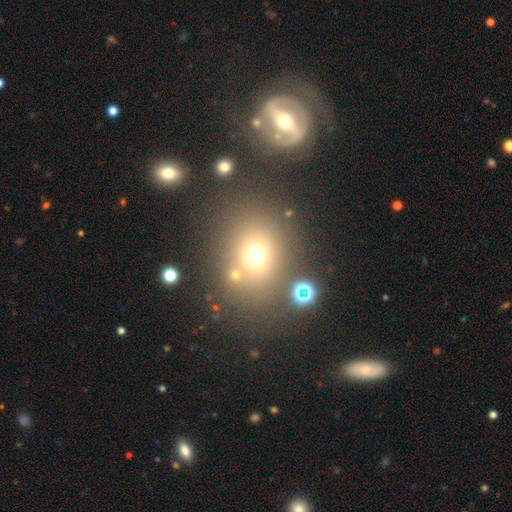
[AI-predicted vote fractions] smooth_or_featured: smooth (p=0.67) [alt: star or artifact p=0.21]
how_rounded: round (p=0.65) [alt: in between p=0.34]
merging: none (p=0.74) [alt: minor disturbance p=0.11]